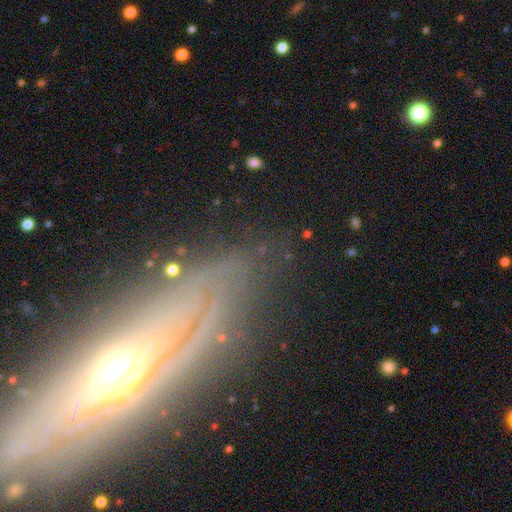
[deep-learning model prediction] smooth_or_featured: featured or disk (p=0.68) [alt: star or artifact p=0.16]
disk_edge_on: no (p=0.55) [alt: yes p=0.45]
merging: none (p=0.79) [alt: minor disturbance p=0.12]